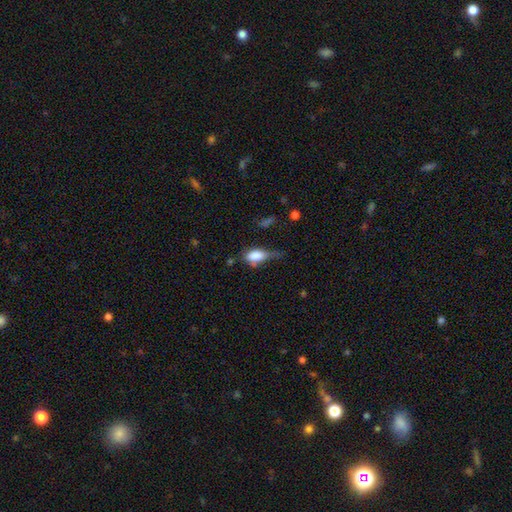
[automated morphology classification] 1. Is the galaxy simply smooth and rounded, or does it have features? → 76% smooth, 15% featured or disk, 8% star or artifact.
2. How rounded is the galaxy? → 84% in between, 10% cigar-shaped, 6% round.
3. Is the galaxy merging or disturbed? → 38% minor disturbance, 29% none, 27% major disturbance, 7% merger.